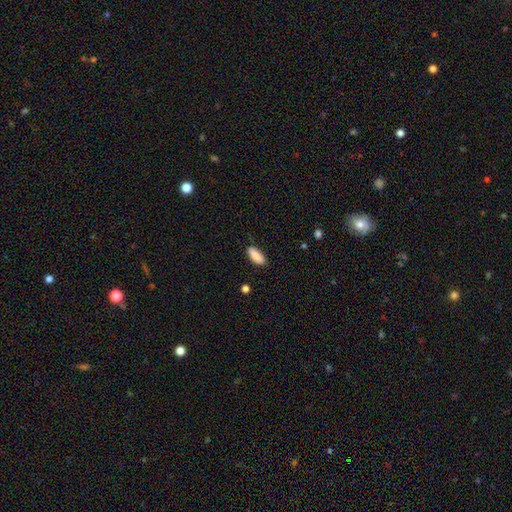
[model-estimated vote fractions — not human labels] A smooth galaxy with no disk features (88%) that is in between round and cigar-shaped (80%). Merging: none (83%).